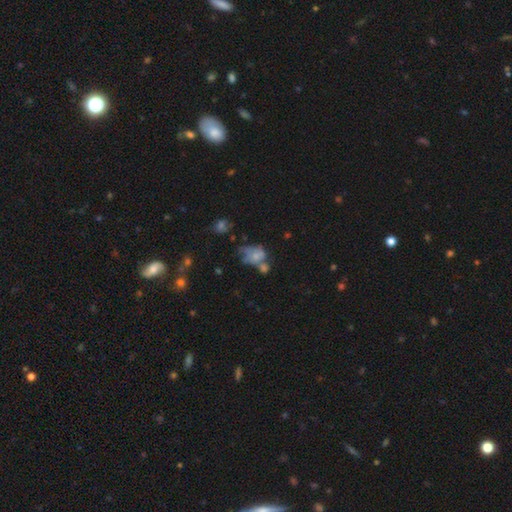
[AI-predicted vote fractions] Morphology: type=smooth (54%); roundness=in between (66%); merging=merger (38%).